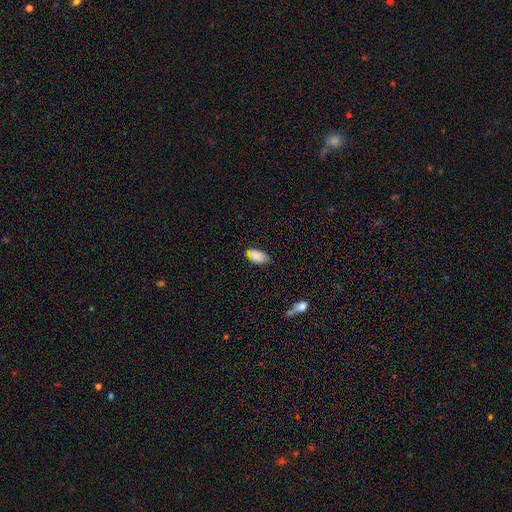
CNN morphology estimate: type=smooth (86%); roundness=in between (93%); merging=none (62%).